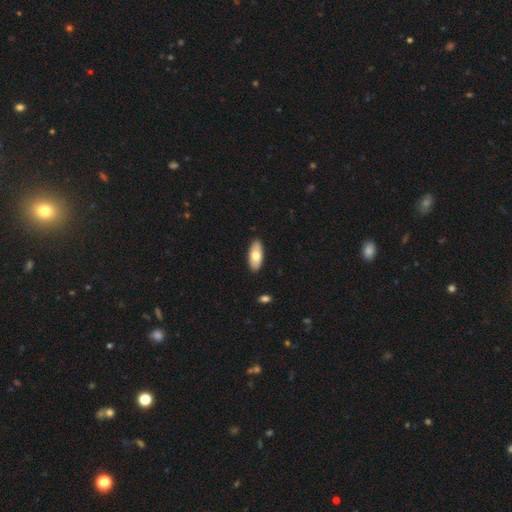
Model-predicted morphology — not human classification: Smooth or featured?
  - smooth: 70% *
  - featured or disk: 24%
  - star or artifact: 6%
How rounded?
  - in between: 89% *
  - cigar-shaped: 9%
  - round: 2%
Merging?
  - none: 89% *
  - minor disturbance: 8%
  - major disturbance: 2%
  - merger: 1%